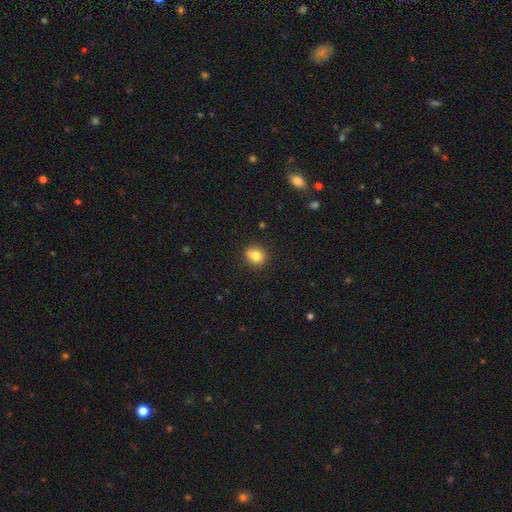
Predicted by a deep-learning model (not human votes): This appears to be a smooth galaxy with no disk features (81%) that is round (72%). Merging: none (86%).